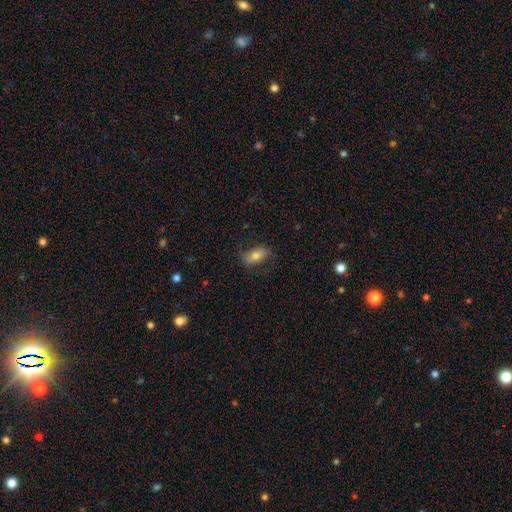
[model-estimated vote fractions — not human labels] The model was most divided on "smooth or featured": smooth: 68%, featured or disk: 25%, star or artifact: 7%. More confident: how rounded — in between (86%); merging — none (77%).